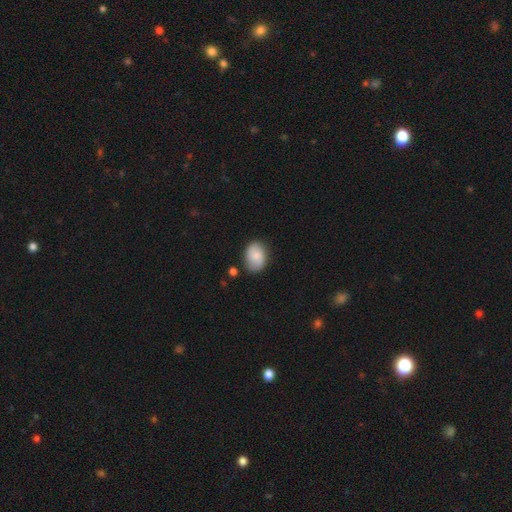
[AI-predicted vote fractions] smooth-or-featured: smooth: 78% | featured or disk: 15% | star or artifact: 7%
  how-rounded: in between: 76% | round: 22% | cigar-shaped: 1%
  merging: none: 76% | minor disturbance: 17% | major disturbance: 4% | merger: 3%